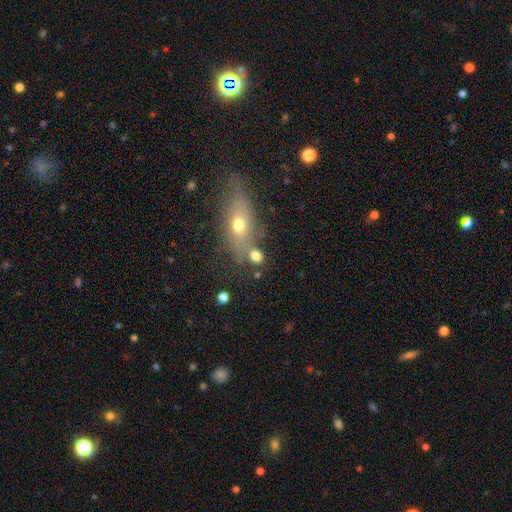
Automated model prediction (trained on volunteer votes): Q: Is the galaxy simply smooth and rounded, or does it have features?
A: smooth — 74%.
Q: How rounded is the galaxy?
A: round — 59%.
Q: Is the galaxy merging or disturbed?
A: none — 62%.